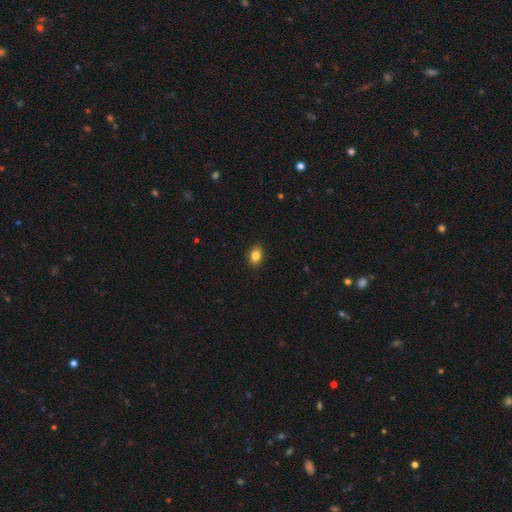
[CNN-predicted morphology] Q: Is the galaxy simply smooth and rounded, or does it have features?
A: smooth — 83%.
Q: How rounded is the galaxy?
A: in between — 72%.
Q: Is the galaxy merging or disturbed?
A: none — 88%.